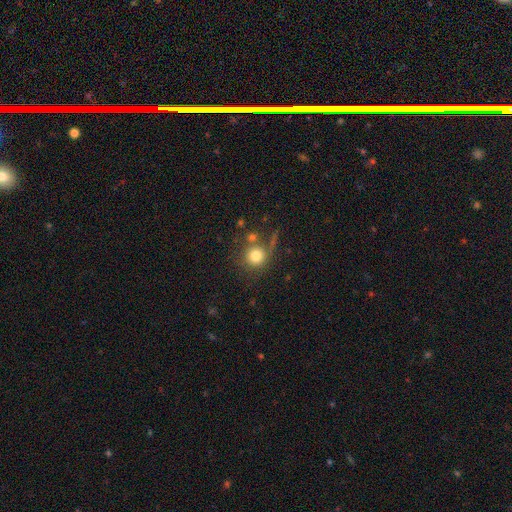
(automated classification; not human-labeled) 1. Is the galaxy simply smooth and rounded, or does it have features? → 79% smooth, 11% star or artifact, 10% featured or disk.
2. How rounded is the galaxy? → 92% round, 7% in between, 1% cigar-shaped.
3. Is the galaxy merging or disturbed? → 64% none, 15% merger, 13% minor disturbance, 9% major disturbance.